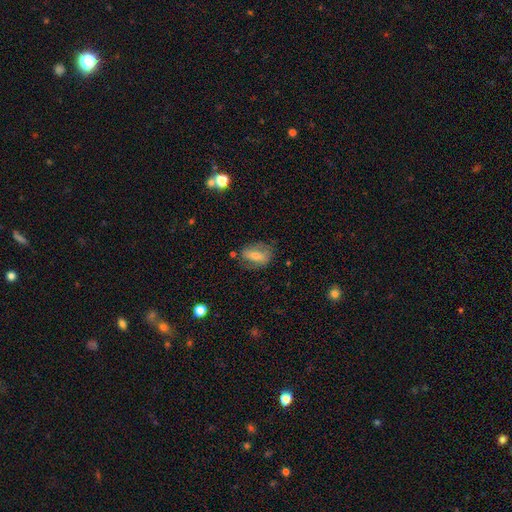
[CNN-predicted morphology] The model was most divided on "smooth or featured": smooth: 57%, featured or disk: 35%, star or artifact: 8%. More confident: how rounded — in between (78%); merging — none (62%).